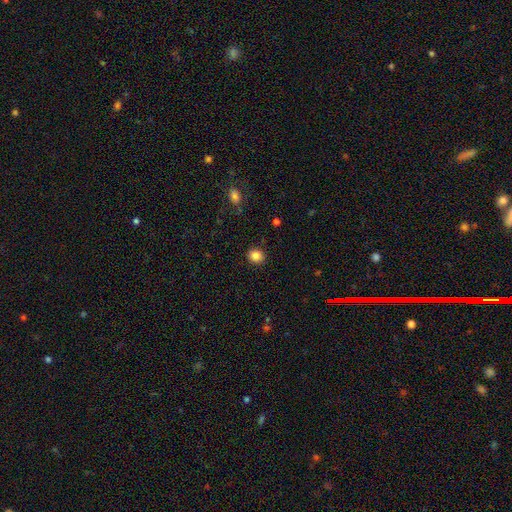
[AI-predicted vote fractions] Morphology: type=smooth (86%); roundness=round (83%); merging=none (90%).